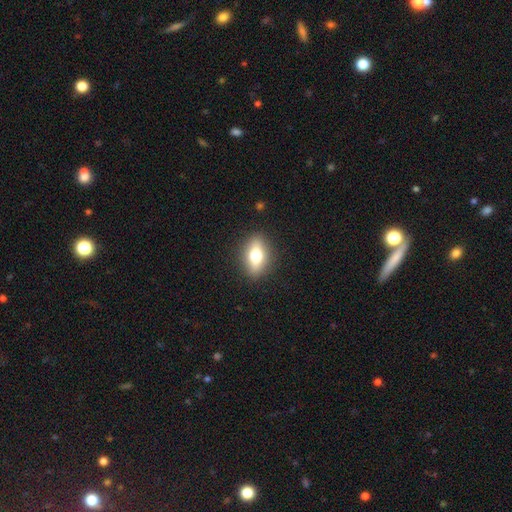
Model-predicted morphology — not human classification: Overall: smooth (63%; featured or disk 28%). How rounded: in between (75%). Merging: none (88%).